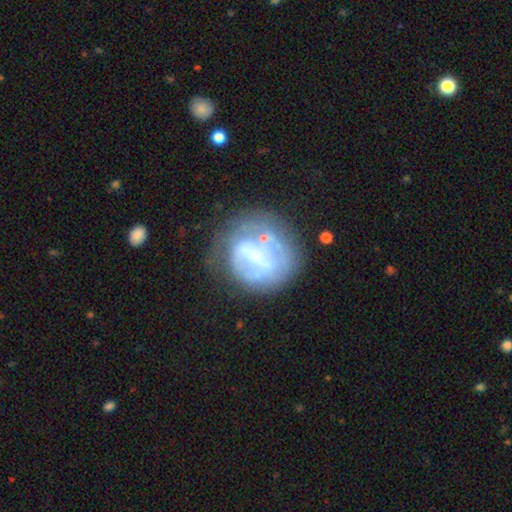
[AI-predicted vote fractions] Smooth or featured? featured or disk (56%)
Edge-on disk? no (97%)
Bar? no (45%)
Spiral arms? no (62%)
Bulge size? none (36%)
Merging? none (50%)